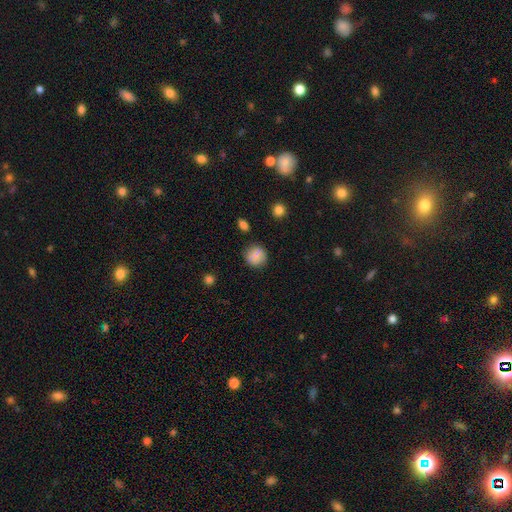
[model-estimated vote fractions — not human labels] Smooth or featured? smooth (83%)
How rounded? round (90%)
Merging? none (85%)